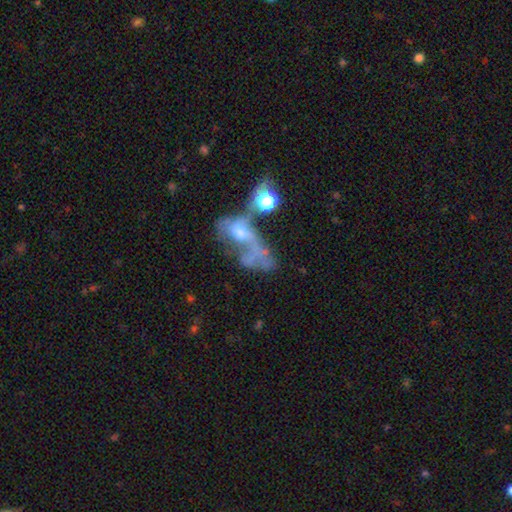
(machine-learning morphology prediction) A featured or disk galaxy (52%). Merging: merger (49%).